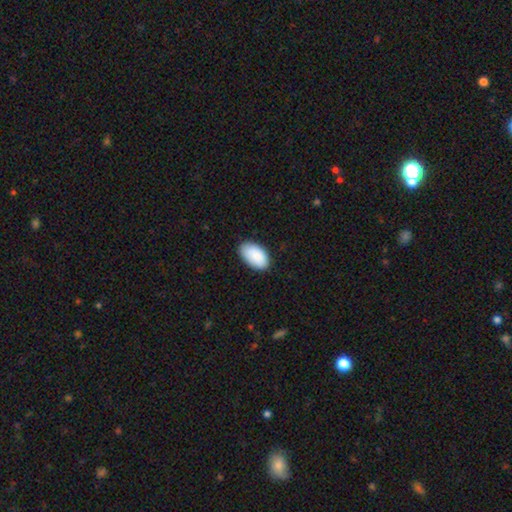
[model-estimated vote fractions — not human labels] This appears to be a smooth galaxy with no disk features (89%) that is in between round and cigar-shaped (95%). Merging: none (83%).